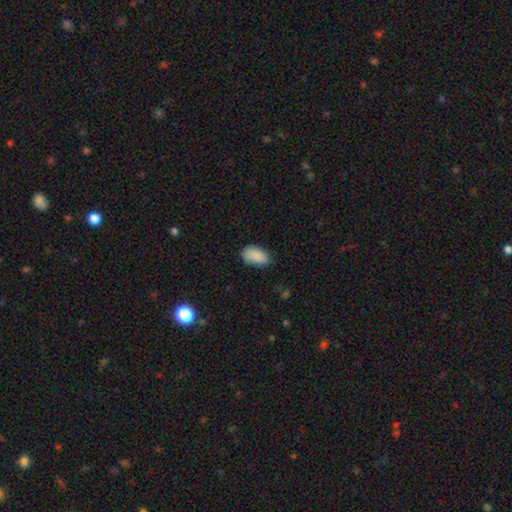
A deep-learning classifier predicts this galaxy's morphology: smooth-or-featured: smooth: 88% | star or artifact: 7% | featured or disk: 5%
  how-rounded: in between: 93% | round: 5% | cigar-shaped: 2%
  merging: none: 74% | minor disturbance: 21% | major disturbance: 4% | merger: 1%